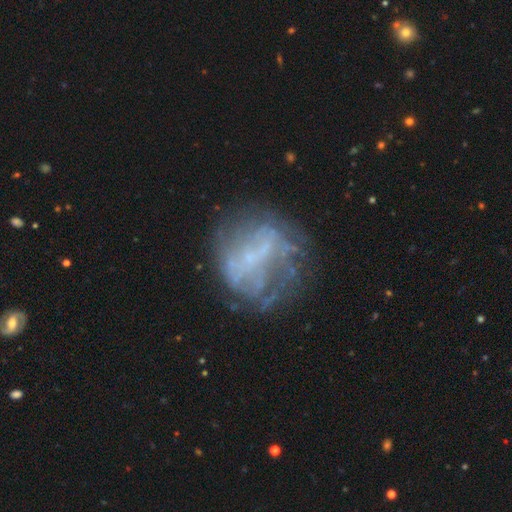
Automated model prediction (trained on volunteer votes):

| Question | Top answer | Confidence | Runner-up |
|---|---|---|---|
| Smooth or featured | featured or disk | 62% | smooth (22%) |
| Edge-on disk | no | 97% | yes (3%) |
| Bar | no | 59% | weak (28%) |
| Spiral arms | no | 68% | yes (32%) |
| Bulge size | none | 50% | small (40%) |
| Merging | none | 57% | major disturbance (21%) |